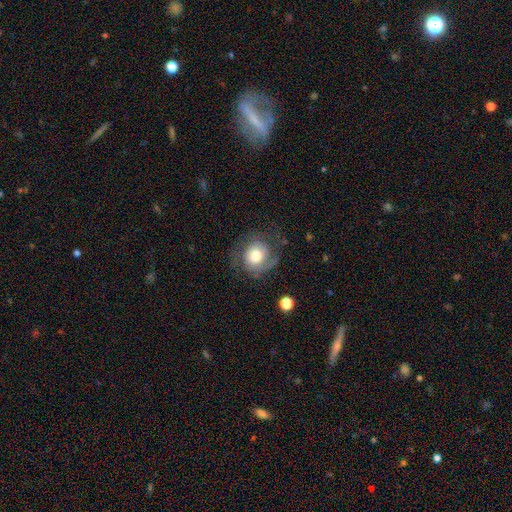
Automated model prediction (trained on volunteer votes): Smooth or featured? Predicted: smooth (p=0.46, tied with featured or disk). Merging? Predicted: none (p=0.59).